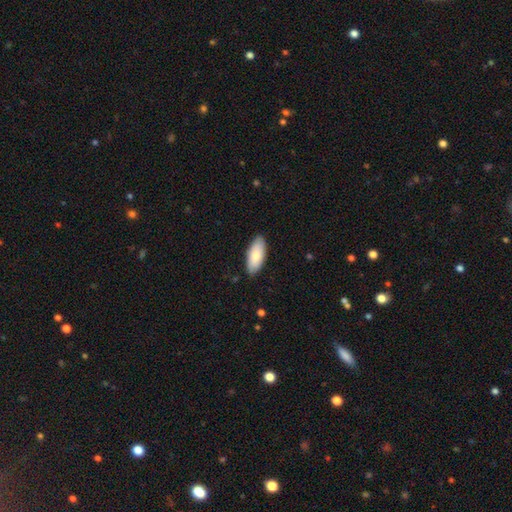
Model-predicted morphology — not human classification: Q: Smooth or featured?
A: smooth (83%); runner-up: featured or disk (12%)
Q: How rounded?
A: in between (87%); runner-up: cigar-shaped (12%)
Q: Merging?
A: none (86%); runner-up: minor disturbance (11%)